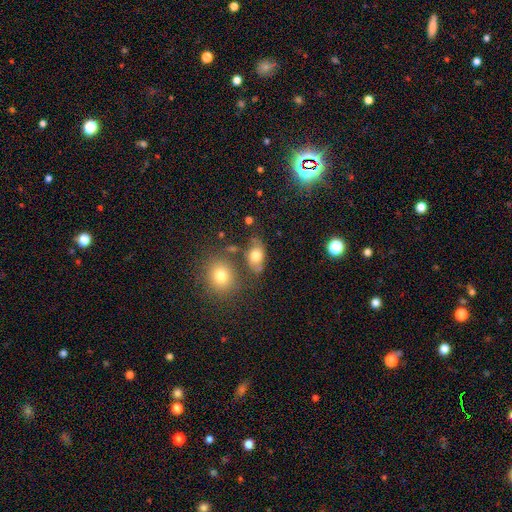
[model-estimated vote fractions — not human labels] Overall: smooth (74%). How rounded: in between (75%). Merging: none (62%).